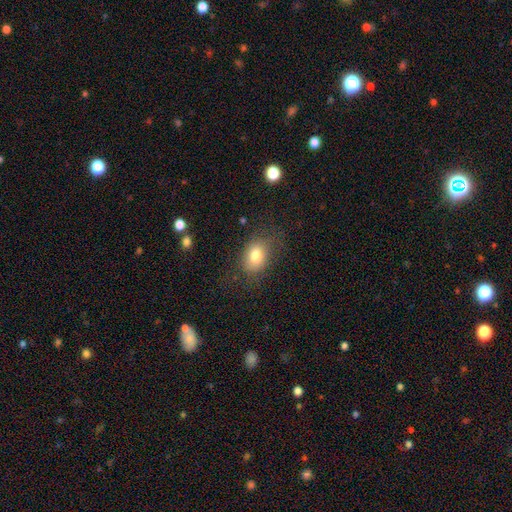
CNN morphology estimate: Smooth or featured? smooth (78%)
How rounded? in between (71%)
Merging? none (71%)